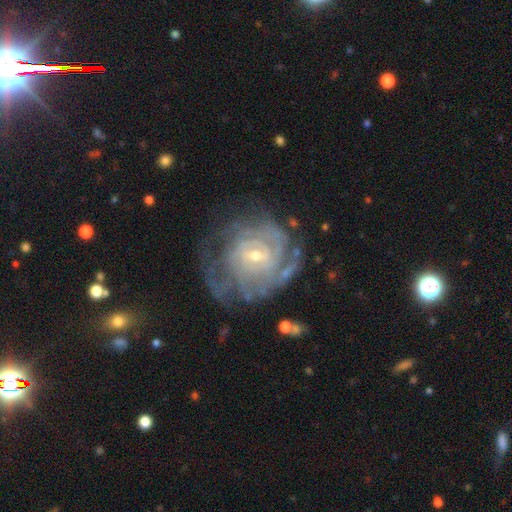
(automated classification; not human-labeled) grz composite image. It shows a featured or disk galaxy (86%) with a weak bar (49%), tight (74%) spiral arms (94%) and a small central bulge (62%). Merging: none (62%).